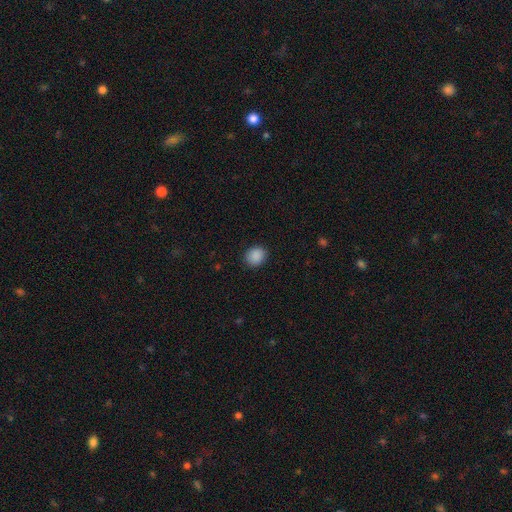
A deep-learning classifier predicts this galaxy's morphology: This is clearly a smooth galaxy (89%). How rounded: likely round (64%). Merging: clearly none (88%).